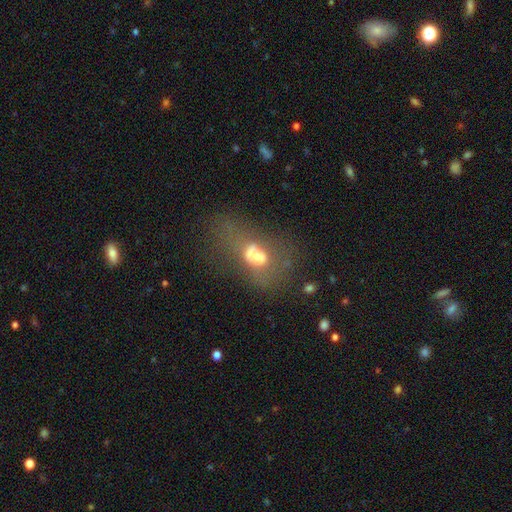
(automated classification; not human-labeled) Smooth or featured?
  - smooth: 44% *
  - featured or disk: 39%
  - star or artifact: 17%
Merging?
  - merger: 41% *
  - major disturbance: 25%
  - none: 22%
  - minor disturbance: 13%